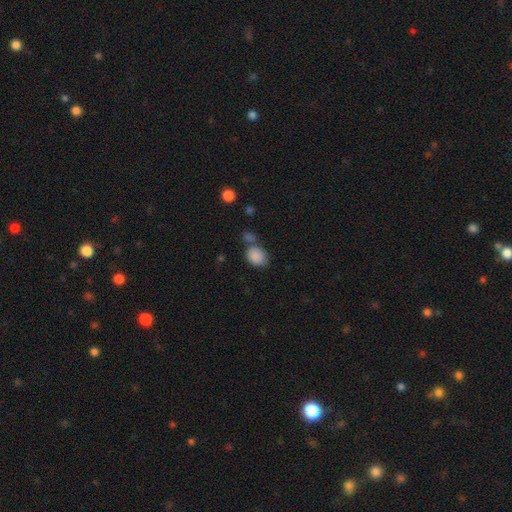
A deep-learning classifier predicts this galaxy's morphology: This is clearly a smooth galaxy (87%). How rounded: likely in between (61%). Merging: possibly none (57%).